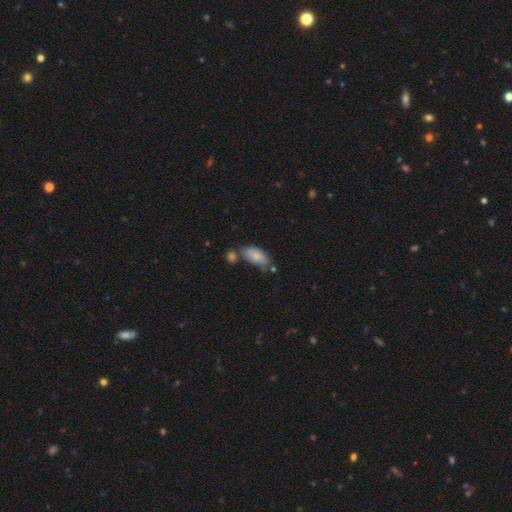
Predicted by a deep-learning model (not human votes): Smooth or featured: smooth — 81% (featured or disk — 12%)
How rounded: in between — 91% (cigar-shaped — 6%)
Merging: none — 56% (minor disturbance — 21%)